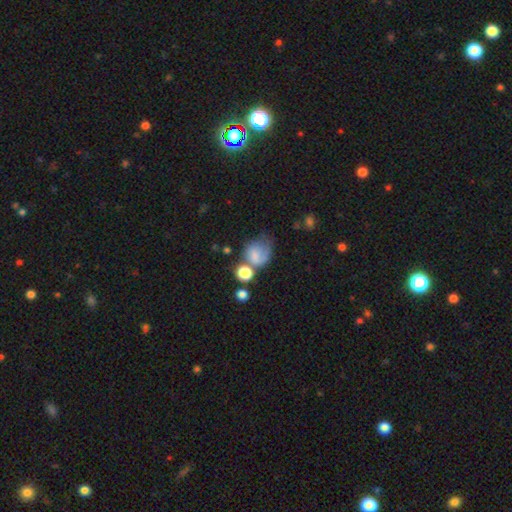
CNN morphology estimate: Overall: smooth (61%; featured or disk 28%). How rounded: round (61%; in between 38%). Merging: none (32%; major disturbance 27%).